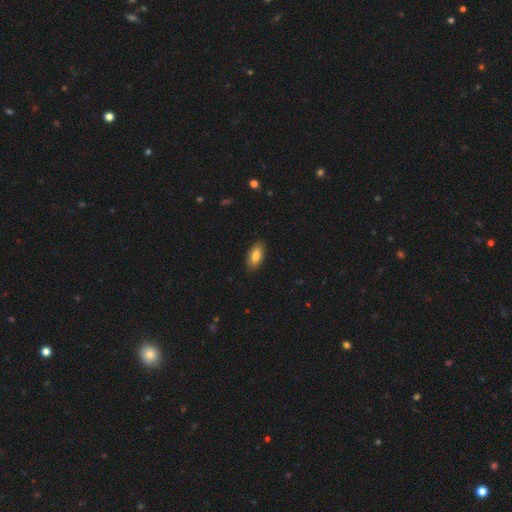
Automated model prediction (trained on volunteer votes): This is clearly a smooth galaxy (82%). How rounded: clearly in between (90%). Merging: clearly none (88%).